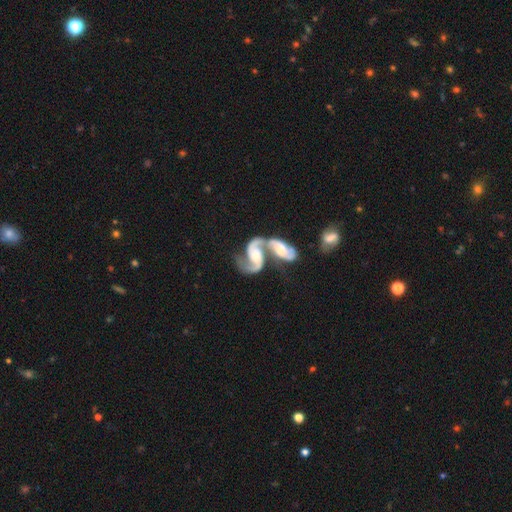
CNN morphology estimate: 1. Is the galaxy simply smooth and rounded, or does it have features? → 89% featured or disk, 6% smooth, 4% star or artifact.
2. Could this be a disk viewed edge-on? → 97% no, 3% yes.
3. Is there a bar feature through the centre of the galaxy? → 48% no, 37% weak, 15% strong.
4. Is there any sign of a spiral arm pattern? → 97% yes, 3% no.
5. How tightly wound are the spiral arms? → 48% medium, 40% loose, 11% tight.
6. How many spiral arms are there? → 92% 2, 2% 1, 2% can't tell, 1% 3, 1% 4, 1% more than 4.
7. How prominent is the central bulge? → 44% moderate, 39% small, 8% large, 7% none, 2% dominant.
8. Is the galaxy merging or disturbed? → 71% merger, 17% none, 7% minor disturbance, 6% major disturbance.